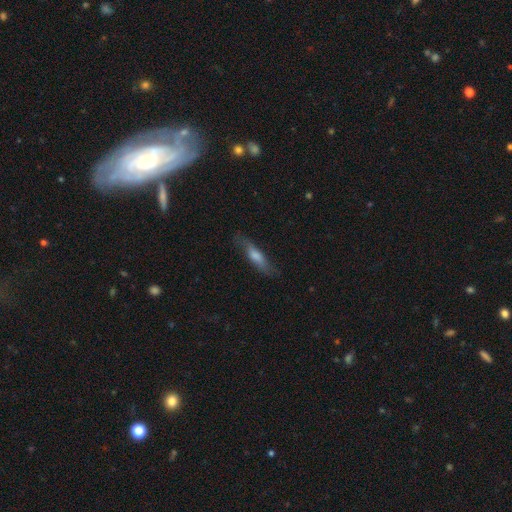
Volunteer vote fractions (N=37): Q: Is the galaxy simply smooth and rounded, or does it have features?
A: smooth — 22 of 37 (59%).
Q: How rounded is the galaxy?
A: cigar-shaped — 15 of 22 (68%).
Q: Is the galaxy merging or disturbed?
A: none — 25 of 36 (69%).